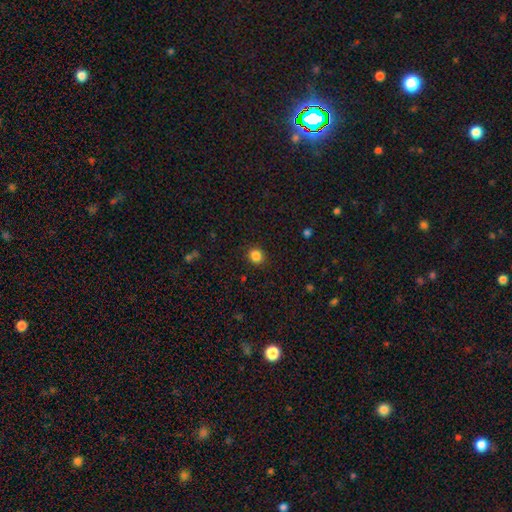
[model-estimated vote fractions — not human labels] Q: Smooth or featured?
A: smooth (85%); runner-up: star or artifact (11%)
Q: How rounded?
A: round (83%); runner-up: in between (16%)
Q: Merging?
A: none (90%); runner-up: minor disturbance (7%)